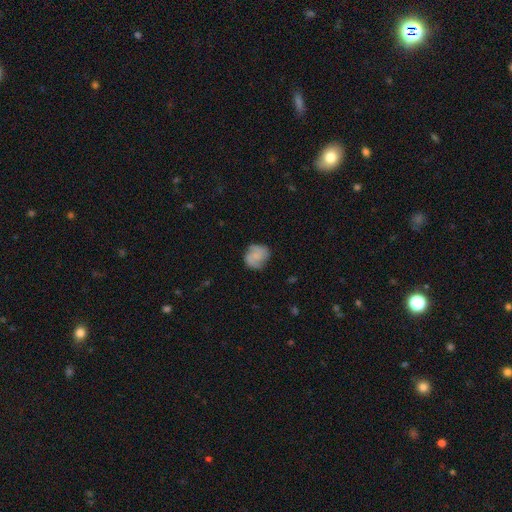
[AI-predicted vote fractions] A smooth galaxy with no disk features (51%) that is round (75%).

Vote fractions:
- Smooth or featured? smooth: 51% / featured or disk: 41% / star or artifact: 8%
- How rounded? round: 75% / in between: 24% / cigar-shaped: 1%
- Merging? none: 73% / minor disturbance: 20% / major disturbance: 6% / merger: 1%